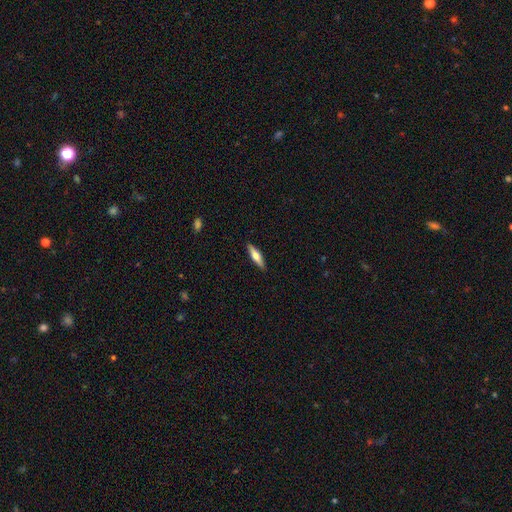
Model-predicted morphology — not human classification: Smooth or featured? Predicted: smooth (p=0.52). How rounded? Predicted: cigar-shaped (p=0.74). Merging? Predicted: none (p=0.90).